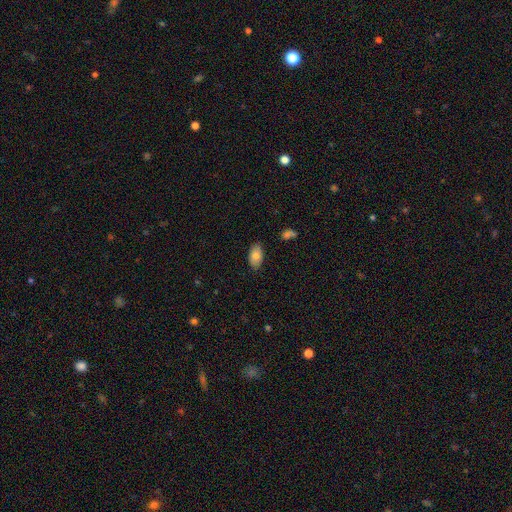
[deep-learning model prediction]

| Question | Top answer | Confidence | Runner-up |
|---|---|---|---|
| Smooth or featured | smooth | 81% | featured or disk (12%) |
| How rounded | in between | 94% | round (4%) |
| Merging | none | 84% | minor disturbance (12%) |